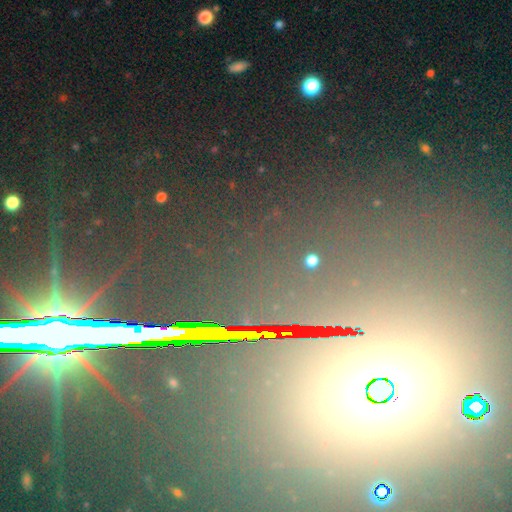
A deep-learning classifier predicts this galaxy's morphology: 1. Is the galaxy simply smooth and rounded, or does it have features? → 79% star or artifact, 13% smooth, 9% featured or disk.